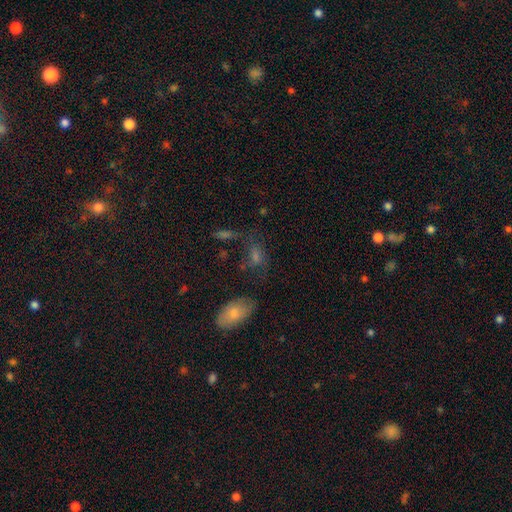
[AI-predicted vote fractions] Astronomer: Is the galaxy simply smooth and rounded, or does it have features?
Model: smooth — 55%.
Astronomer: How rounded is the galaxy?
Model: in between — 82%.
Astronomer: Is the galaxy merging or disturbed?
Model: none — 53%.